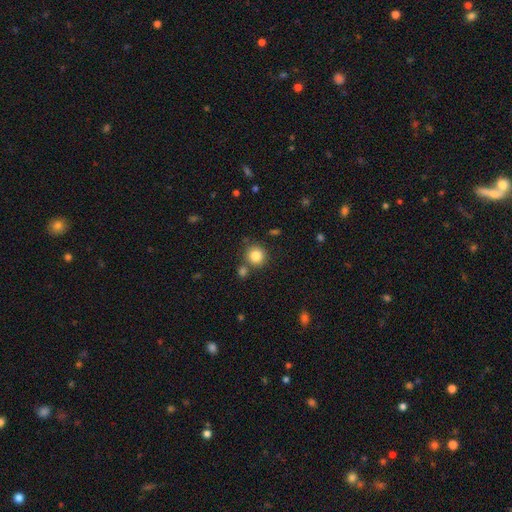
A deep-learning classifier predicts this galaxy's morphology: This appears to be a smooth galaxy with no disk features (84%) that is round (91%). Merging: none (77%).